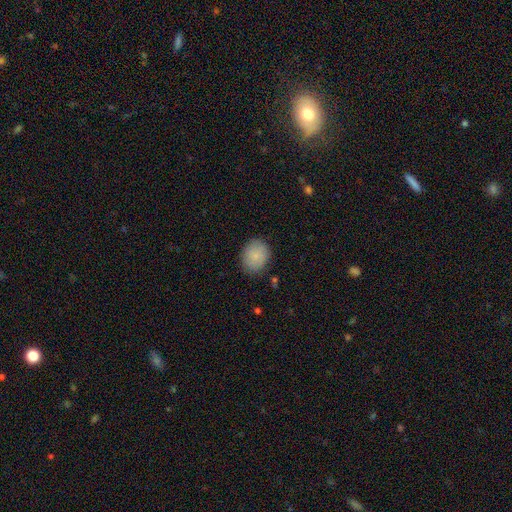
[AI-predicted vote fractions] A smooth galaxy with no disk features (84%) that is round (58%).

Vote fractions:
- Smooth or featured? smooth: 84% / featured or disk: 9% / star or artifact: 7%
- How rounded? round: 58% / in between: 41% / cigar-shaped: 1%
- Merging? none: 83% / minor disturbance: 13% / major disturbance: 3% / merger: 1%